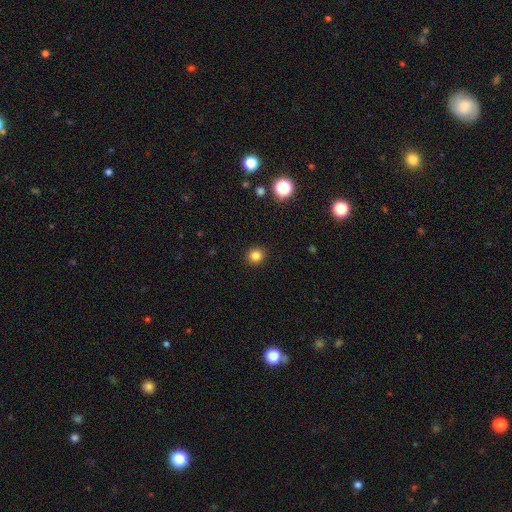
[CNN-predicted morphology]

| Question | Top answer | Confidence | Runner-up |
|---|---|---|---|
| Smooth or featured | smooth | 83% | star or artifact (13%) |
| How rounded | round | 90% | in between (9%) |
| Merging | none | 92% | minor disturbance (5%) |